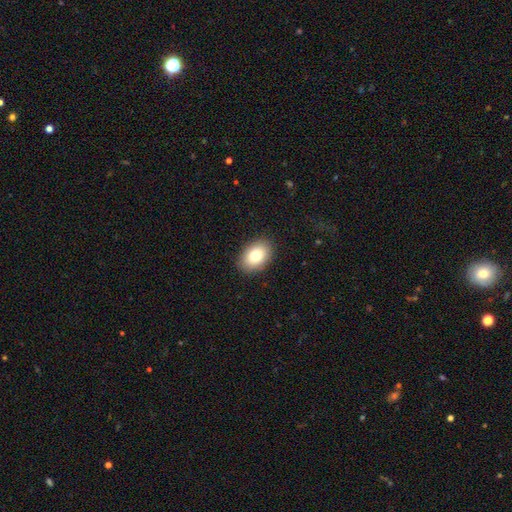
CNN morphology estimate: smooth_or_featured: smooth (p=0.81) [alt: featured or disk p=0.11]
how_rounded: in between (p=0.83) [alt: round p=0.16]
merging: none (p=0.89) [alt: minor disturbance p=0.08]